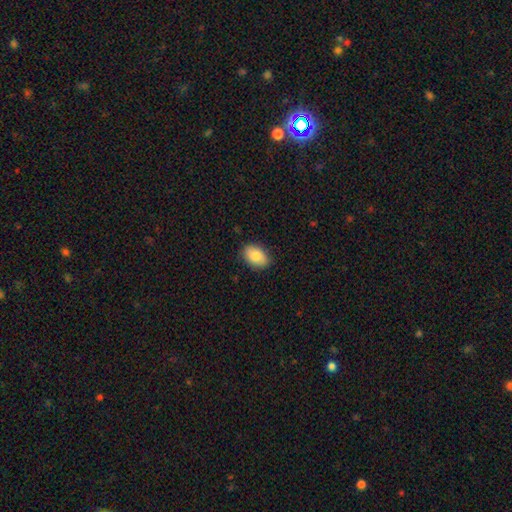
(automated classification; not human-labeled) smooth_or_featured: smooth (p=0.86) [alt: star or artifact p=0.07]
how_rounded: in between (p=0.84) [alt: round p=0.14]
merging: none (p=0.85) [alt: minor disturbance p=0.12]